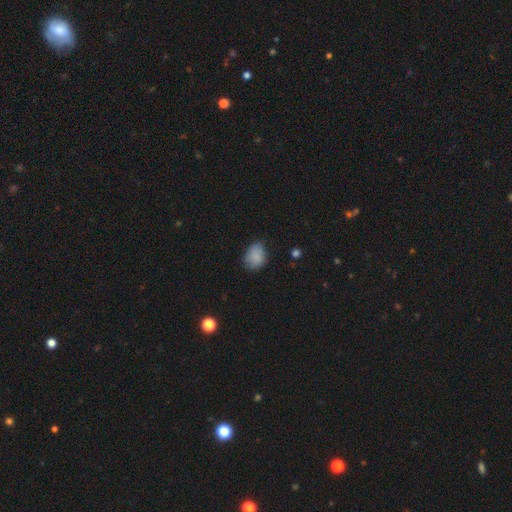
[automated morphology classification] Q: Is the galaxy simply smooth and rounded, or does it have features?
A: smooth — 84%.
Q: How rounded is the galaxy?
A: in between — 54%.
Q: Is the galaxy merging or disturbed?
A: none — 64%.